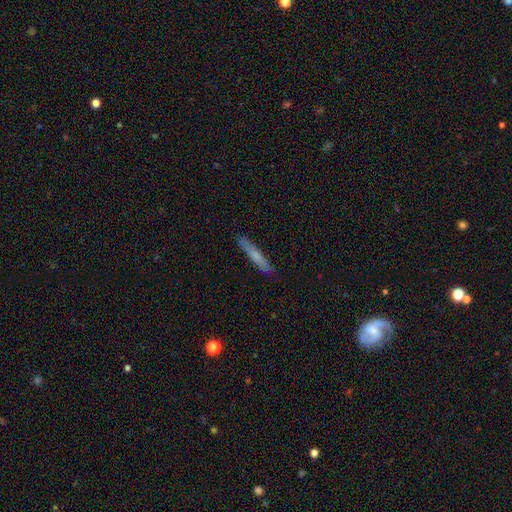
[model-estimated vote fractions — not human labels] smooth-or-featured: smooth: 59% | featured or disk: 34% | star or artifact: 6%
  how-rounded: cigar-shaped: 94% | in between: 5% | round: 1%
  merging: none: 88% | minor disturbance: 9% | major disturbance: 2% | merger: 1%